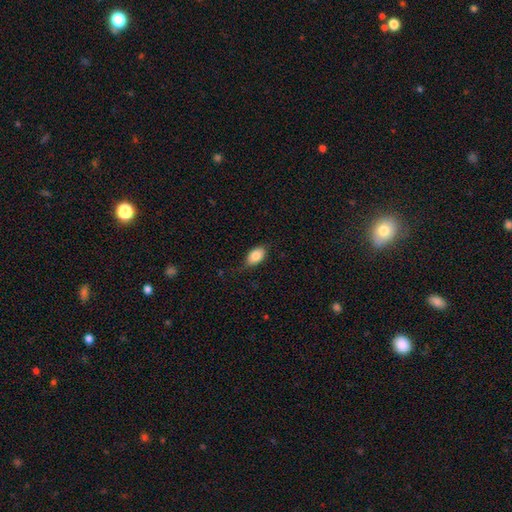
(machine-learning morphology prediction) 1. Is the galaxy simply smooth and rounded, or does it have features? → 84% smooth, 9% featured or disk, 7% star or artifact.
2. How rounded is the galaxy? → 91% in between, 7% round, 3% cigar-shaped.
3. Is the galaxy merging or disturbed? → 70% none, 23% minor disturbance, 5% major disturbance, 1% merger.